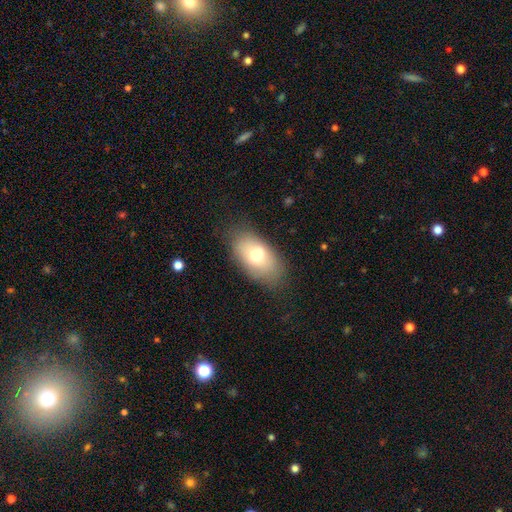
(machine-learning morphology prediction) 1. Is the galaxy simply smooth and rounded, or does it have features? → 71% smooth, 21% featured or disk, 9% star or artifact.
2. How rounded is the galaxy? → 92% in between, 6% round, 3% cigar-shaped.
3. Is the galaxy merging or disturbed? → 77% none, 16% minor disturbance, 6% major disturbance, 2% merger.